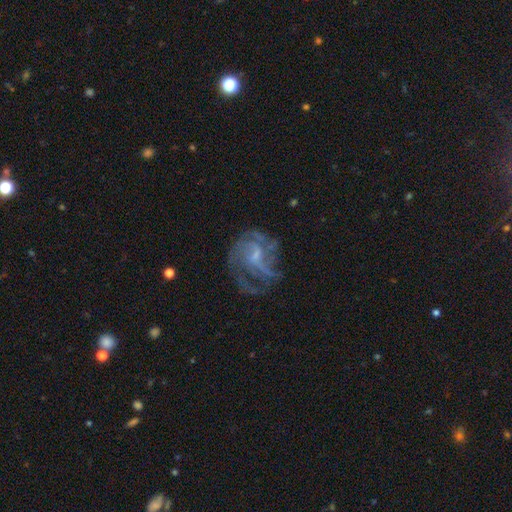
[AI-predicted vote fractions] The model was most divided on "bar": weak: 47%, no: 45%, strong: 9%. Remaining: edge-on disk — no (98%); spiral arms — yes (81%); smooth or featured — featured or disk (76%); bulge size — small (51%); merging — none (50%); spiral winding — medium (44%); spiral arm count — can't tell (36%).